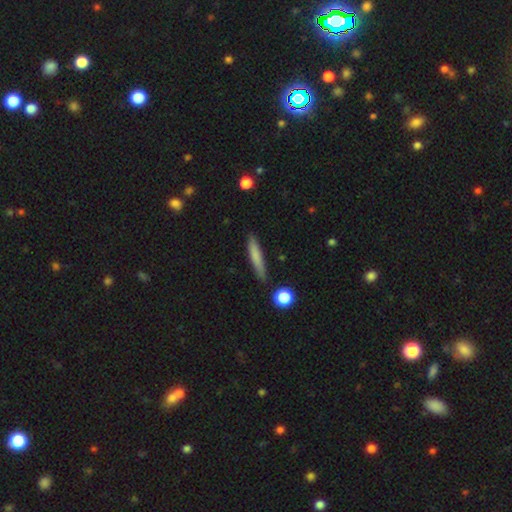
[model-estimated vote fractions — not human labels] The model was most divided on "smooth or featured": smooth: 75%, featured or disk: 18%, star or artifact: 7%. More confident: how rounded — cigar-shaped (91%); merging — none (85%).